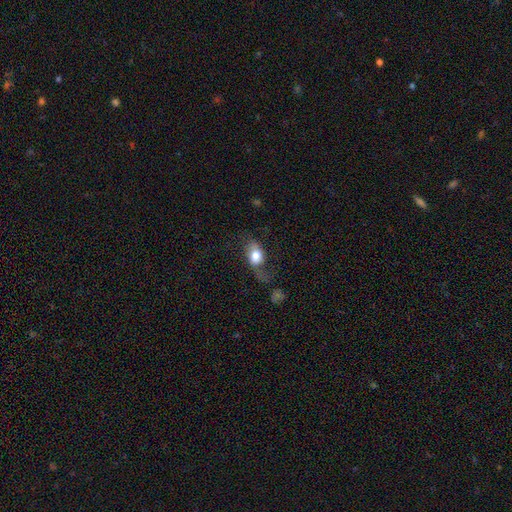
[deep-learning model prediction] Smooth or featured: smooth — 68% (featured or disk — 24%)
How rounded: in between — 79% (round — 18%)
Merging: none — 36% (tied with major disturbance — 36%)